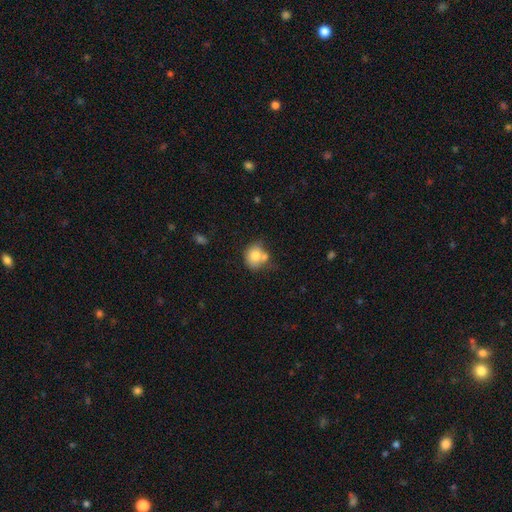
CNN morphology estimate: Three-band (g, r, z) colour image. It shows a smooth galaxy with no disk features (77%) that is round (74%). Merging: none (43%).